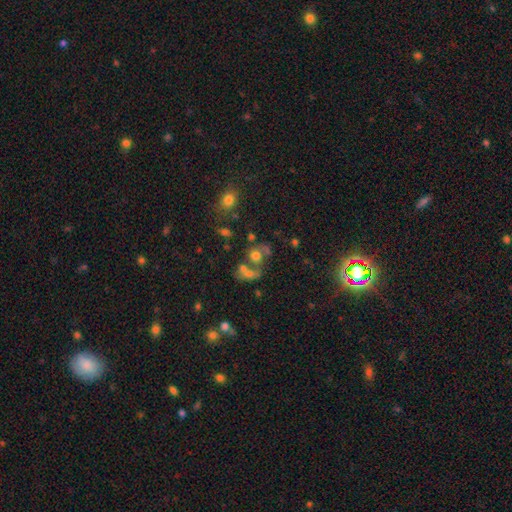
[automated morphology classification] smooth_or_featured: smooth (p=0.57) [alt: featured or disk p=0.26]
how_rounded: round (p=0.67) [alt: in between p=0.31]
merging: merger (p=0.43) [alt: none p=0.33]